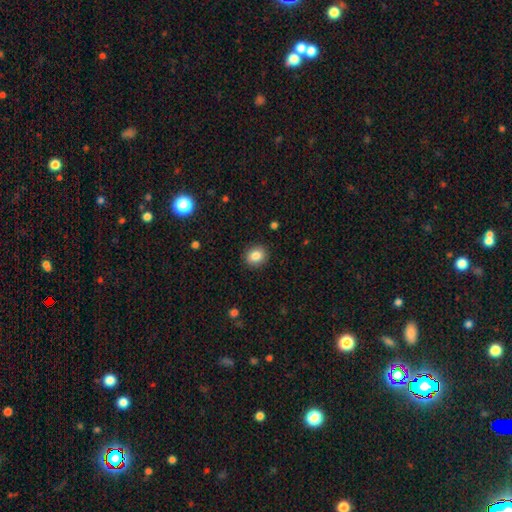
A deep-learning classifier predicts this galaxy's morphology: This is clearly a smooth galaxy (84%). How rounded: likely round (69%). Merging: clearly none (90%).